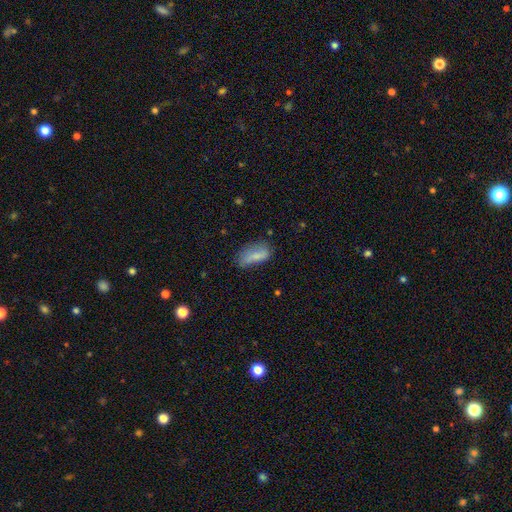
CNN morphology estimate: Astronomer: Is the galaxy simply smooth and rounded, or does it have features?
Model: smooth — 77%.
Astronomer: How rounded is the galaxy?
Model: in between — 80%.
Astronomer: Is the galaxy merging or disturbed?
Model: none — 50% (runner-up: minor disturbance, 32%).